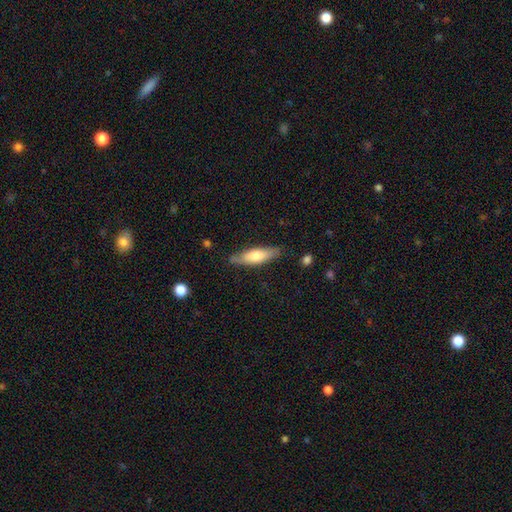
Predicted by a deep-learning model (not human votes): Smooth or featured? Predicted: smooth (p=0.63). How rounded? Predicted: cigar-shaped (p=0.61). Merging? Predicted: none (p=0.81).